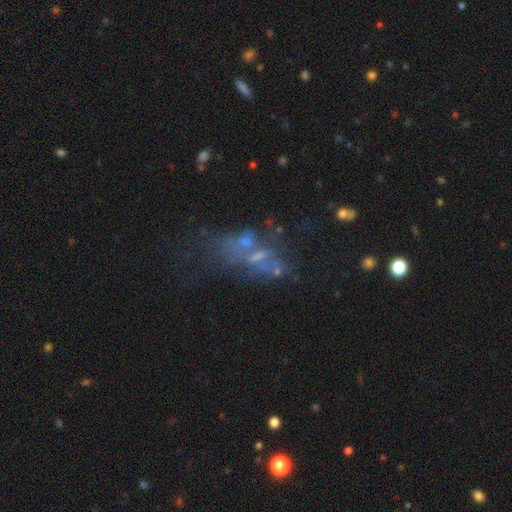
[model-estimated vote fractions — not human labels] smooth-or-featured: featured or disk: 47% | star or artifact: 28% | smooth: 25%
  merging: none: 33% | major disturbance: 27% | merger: 25% | minor disturbance: 15%